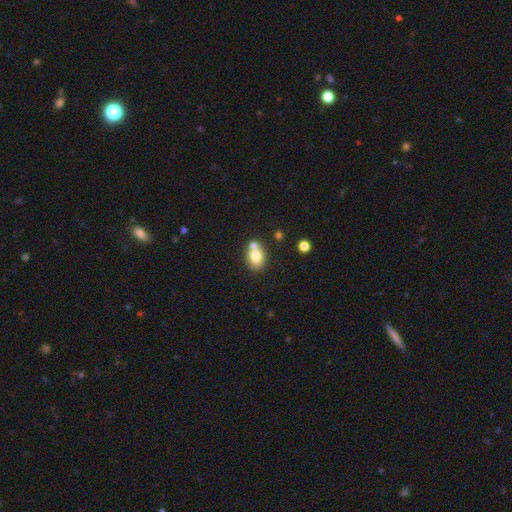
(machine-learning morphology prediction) smooth-or-featured: smooth: 77% | featured or disk: 14% | star or artifact: 10%
  how-rounded: in between: 59% | round: 40% | cigar-shaped: 1%
  merging: none: 51% | merger: 34% | minor disturbance: 12% | major disturbance: 3%